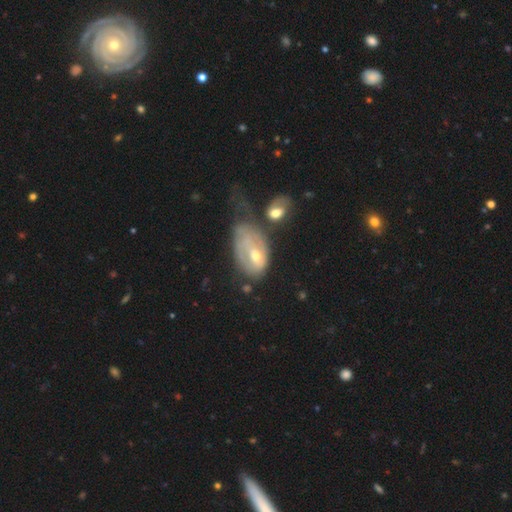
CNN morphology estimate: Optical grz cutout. It shows a featured or disk galaxy (60%) with no bar (58%), spiral arms (50%, tied with no) and a moderate central bulge (63%). Merging: major disturbance (35%).